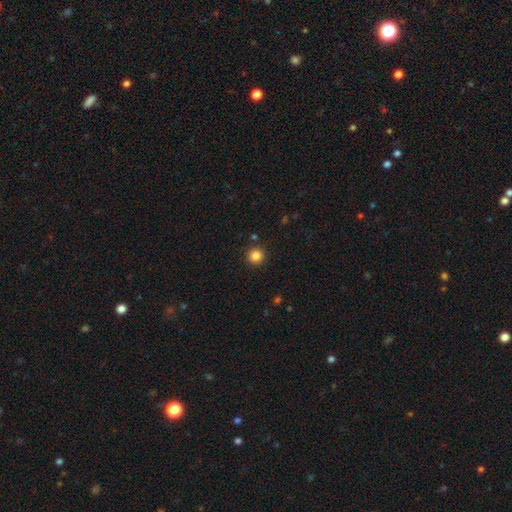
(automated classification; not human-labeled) The model was most divided on "smooth or featured": smooth: 85%, star or artifact: 11%, featured or disk: 4%. More confident: how rounded — round (96%); merging — none (92%).